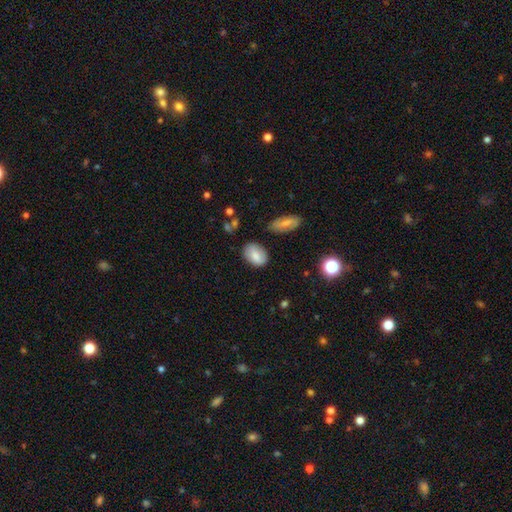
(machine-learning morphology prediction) Smooth or featured? smooth (79%)
How rounded? in between (82%)
Merging? none (76%)